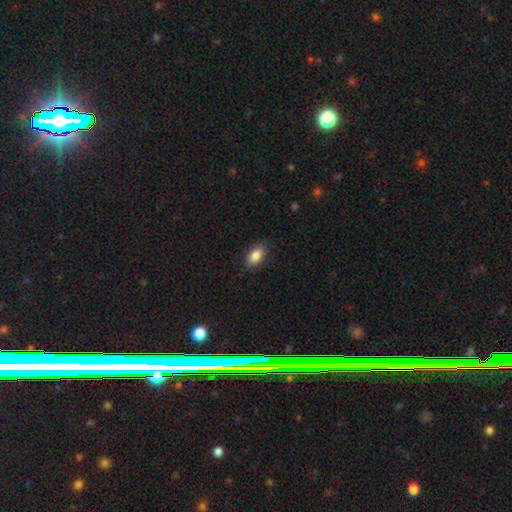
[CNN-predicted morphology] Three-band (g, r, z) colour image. It shows a smooth galaxy with no disk features (86%) that is in between round and cigar-shaped (90%). Merging: none (86%).